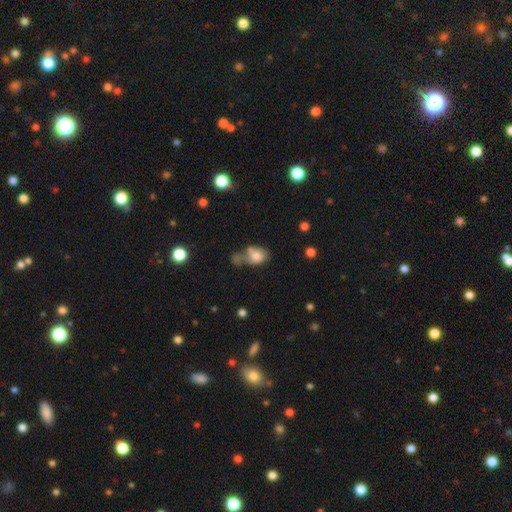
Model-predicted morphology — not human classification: The model was most divided on "merging": merger: 39%, none: 25%, minor disturbance: 19%, major disturbance: 16%. More confident: how rounded — in between (73%); smooth or featured — smooth (72%).